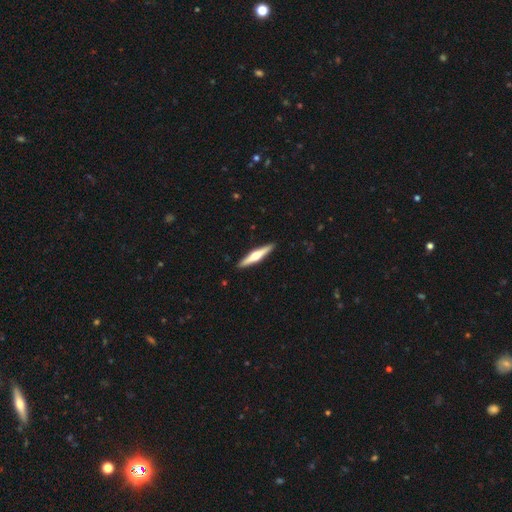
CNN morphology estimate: Smooth or featured: featured or disk — 66% (smooth — 30%)
Edge-on disk: yes — 98% (no — 2%)
Edge-on bulge: rounded — 92% (boxy — 4%)
Merging: none — 92% (minor disturbance — 6%)